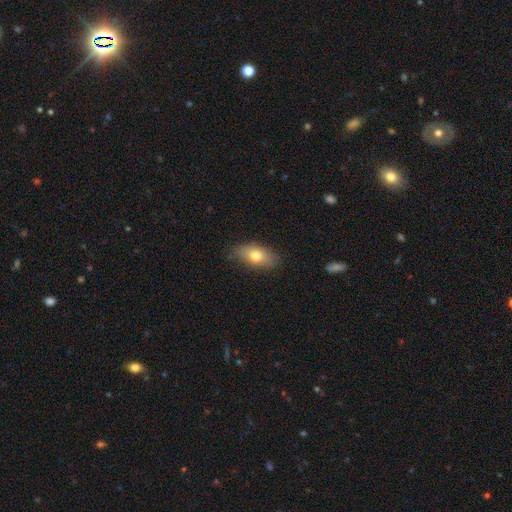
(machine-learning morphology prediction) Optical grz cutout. It shows a smooth galaxy with no disk features (73%) that is in between round and cigar-shaped (84%). Merging: none (82%).